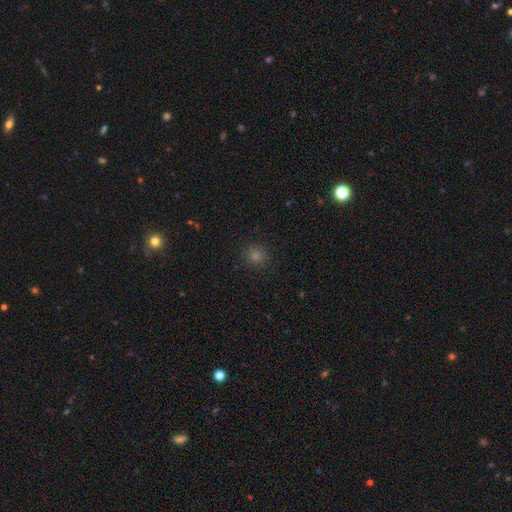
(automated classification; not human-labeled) smooth 71%, star or artifact 24%, featured or disk 5%. Down the decision tree: how rounded — round (91%); merging — none (90%).